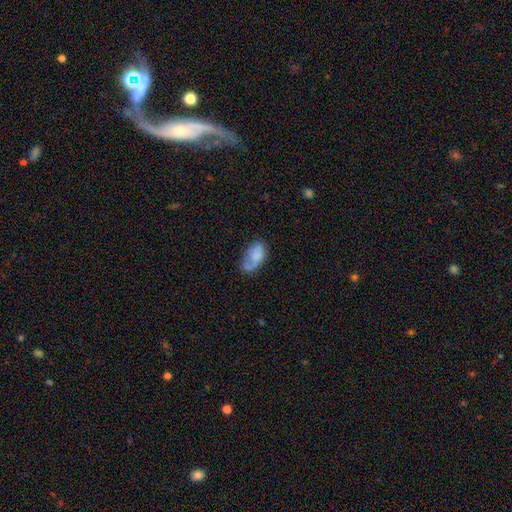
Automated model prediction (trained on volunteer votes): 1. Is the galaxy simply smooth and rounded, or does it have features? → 65% smooth, 27% featured or disk, 8% star or artifact.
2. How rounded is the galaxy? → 93% in between, 5% round, 2% cigar-shaped.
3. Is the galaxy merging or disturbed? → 45% none, 30% minor disturbance, 20% major disturbance, 5% merger.